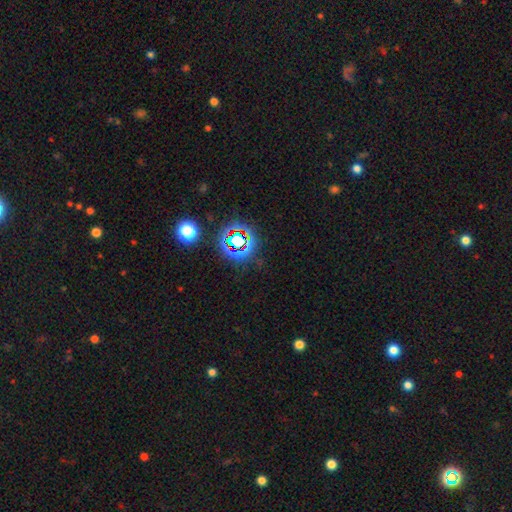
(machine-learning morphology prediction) This appears to be a star or artifact, not a galaxy (77%).